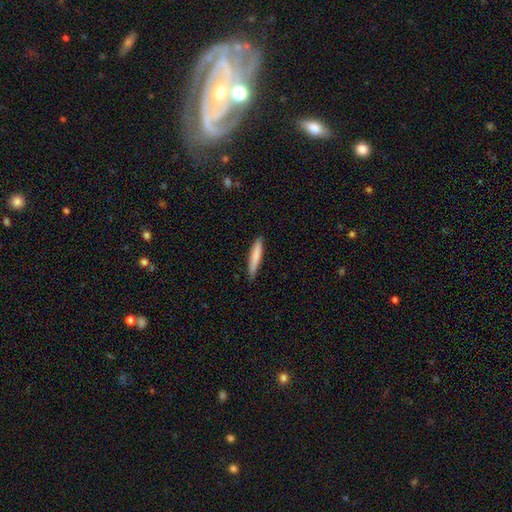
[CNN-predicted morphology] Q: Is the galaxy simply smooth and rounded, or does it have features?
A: smooth — 78%.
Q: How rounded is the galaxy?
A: cigar-shaped — 93%.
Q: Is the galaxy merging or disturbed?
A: none — 85%.